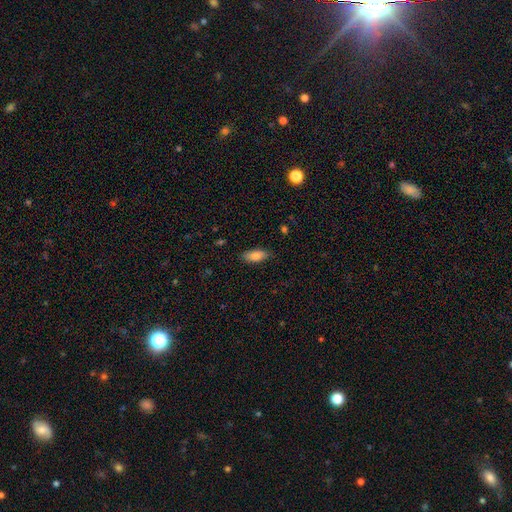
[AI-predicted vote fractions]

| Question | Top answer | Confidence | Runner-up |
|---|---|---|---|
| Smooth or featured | smooth | 80% | featured or disk (13%) |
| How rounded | in between | 81% | cigar-shaped (17%) |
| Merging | none | 83% | minor disturbance (13%) |